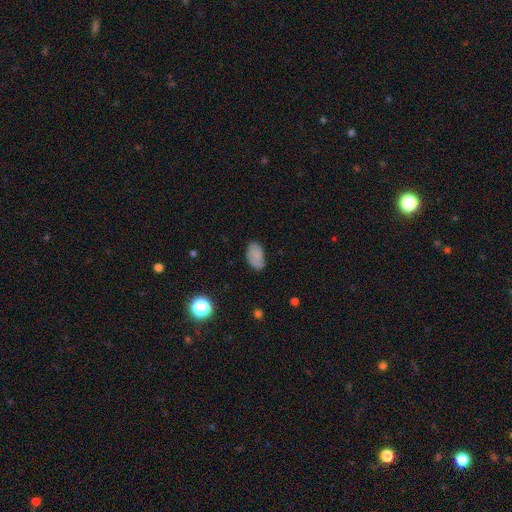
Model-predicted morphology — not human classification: Smooth or featured: smooth — 82% (star or artifact — 10%)
How rounded: in between — 93% (round — 5%)
Merging: none — 74% (minor disturbance — 20%)